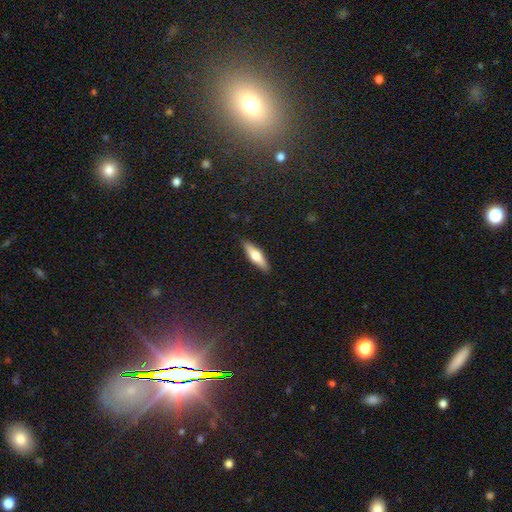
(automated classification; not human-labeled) A smooth galaxy with no disk features (56%) that is cigar-shaped (64%). Merging: none (89%).